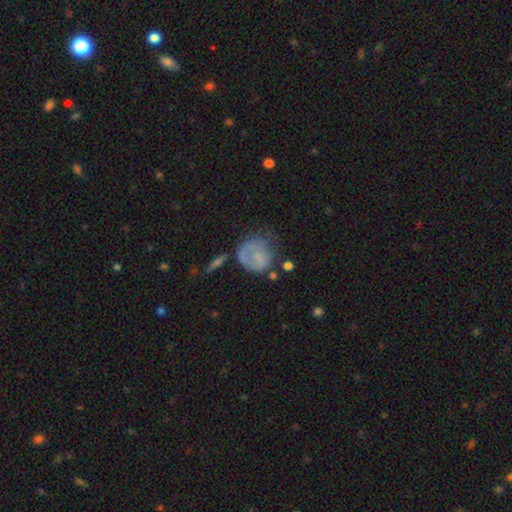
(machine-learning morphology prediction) Smooth or featured: smooth — 61% (featured or disk — 29%)
How rounded: round — 74% (in between — 24%)
Merging: none — 40% (minor disturbance — 28%)